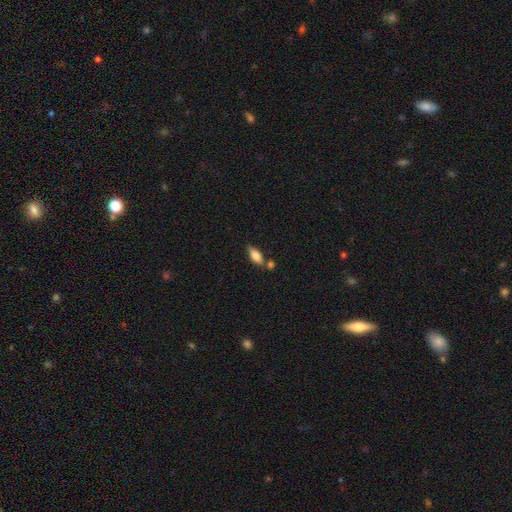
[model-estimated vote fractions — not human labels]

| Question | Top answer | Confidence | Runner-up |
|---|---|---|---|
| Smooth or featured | smooth | 79% | featured or disk (14%) |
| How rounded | in between | 81% | cigar-shaped (16%) |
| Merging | none | 63% | merger (20%) |